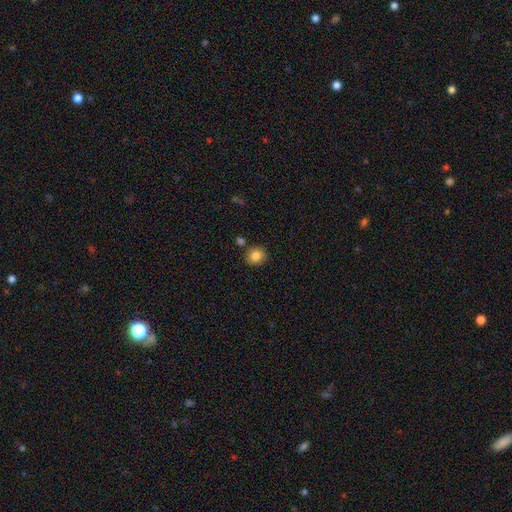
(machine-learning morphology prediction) This appears to be a smooth galaxy with no disk features (83%) that is round (79%). Merging: none (79%).